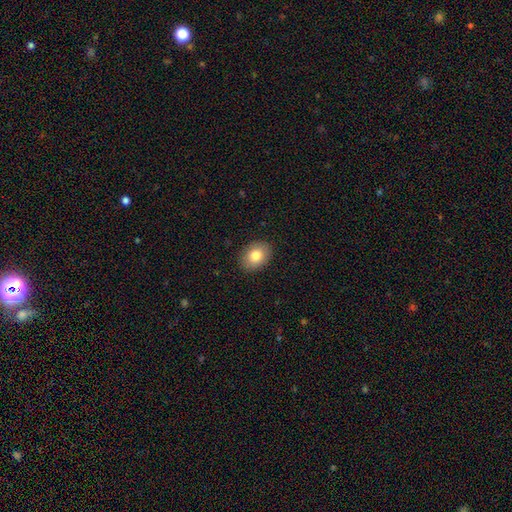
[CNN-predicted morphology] A smooth galaxy with no disk features (81%) that is in between round and cigar-shaped (66%). Merging: none (89%).